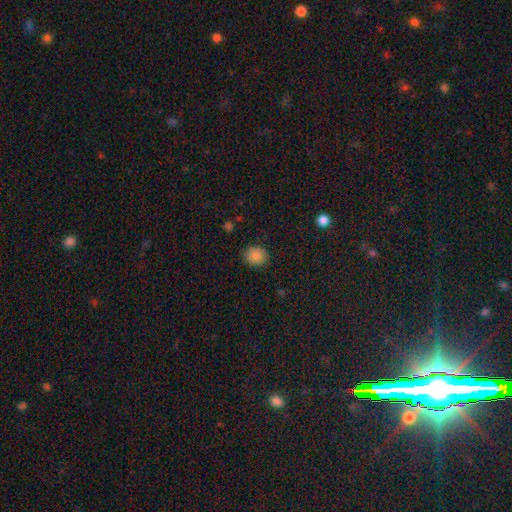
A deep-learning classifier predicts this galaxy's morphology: A smooth galaxy with no disk features (86%) that is round (67%). Merging: none (88%).